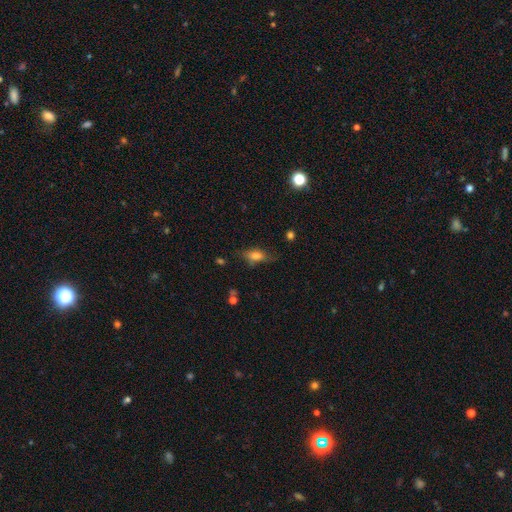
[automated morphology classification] Smooth or featured? Predicted: smooth (p=0.68). How rounded? Predicted: in between (p=0.76). Merging? Predicted: none (p=0.64).